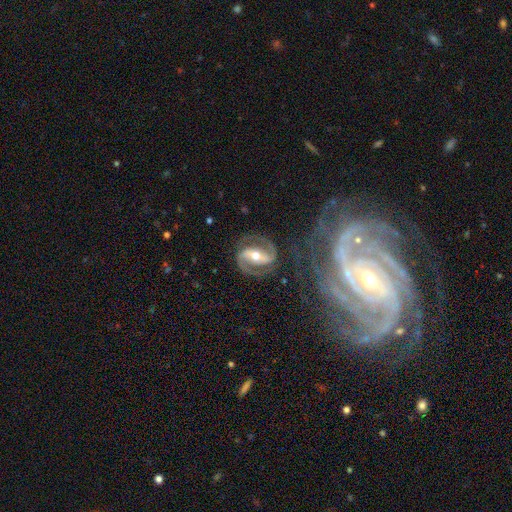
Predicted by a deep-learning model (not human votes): Overall: featured or disk (91%). Edge-on disk: no (97%). Bar: strong (61%; weak 25%). Spiral arms: yes (97%). Spiral arm count: 2 (94%). Spiral winding: medium (57%; tight 28%). Bulge size: moderate (66%; small 28%). Merging: none (80%).